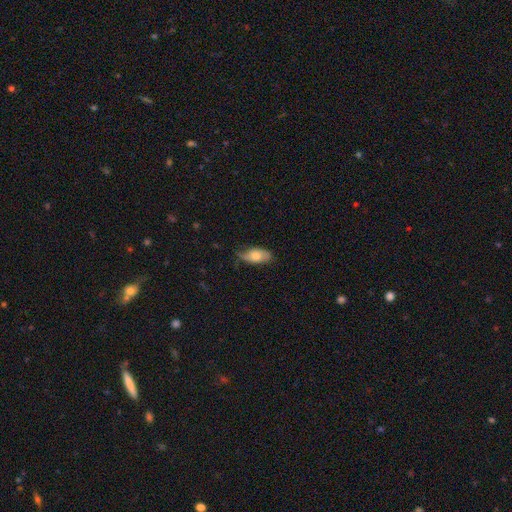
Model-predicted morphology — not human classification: Smooth or featured: smooth — 69% (featured or disk — 24%)
How rounded: in between — 88% (cigar-shaped — 9%)
Merging: none — 60% (minor disturbance — 31%)